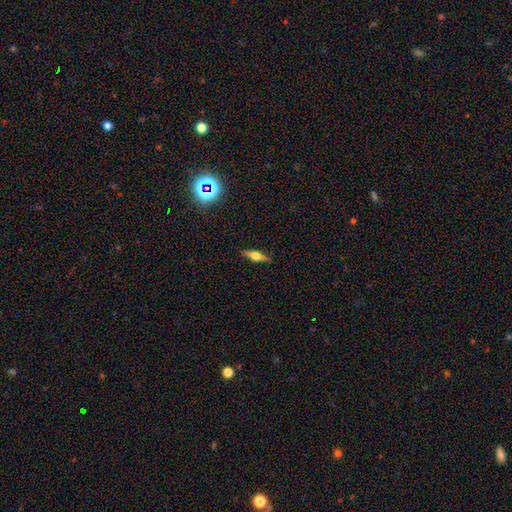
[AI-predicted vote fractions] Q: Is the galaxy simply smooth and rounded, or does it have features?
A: featured or disk — 46%, tied with smooth.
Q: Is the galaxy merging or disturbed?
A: none — 88%.